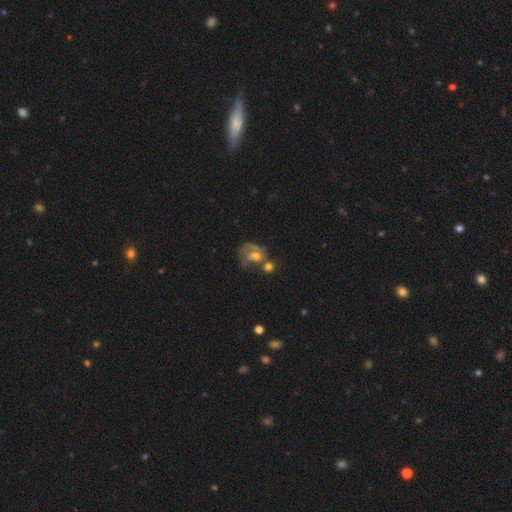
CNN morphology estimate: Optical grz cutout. It shows a featured or disk galaxy (62%) with no bar (67%), spiral arms (74%) and a moderate central bulge (58%). Merging: merger (33%).